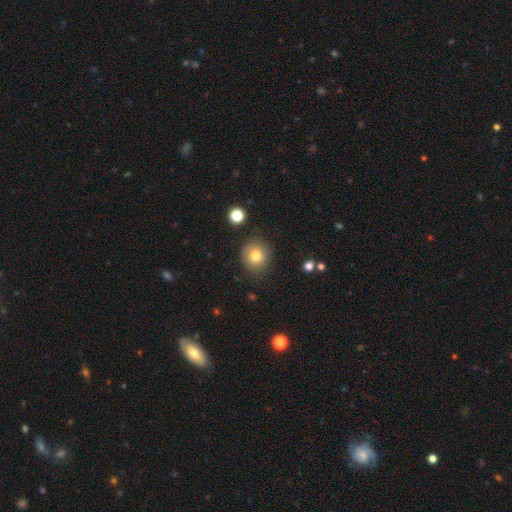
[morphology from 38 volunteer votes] This is likely a smooth galaxy (79%). How rounded: clearly round (90%). Merging: clearly none (83%).